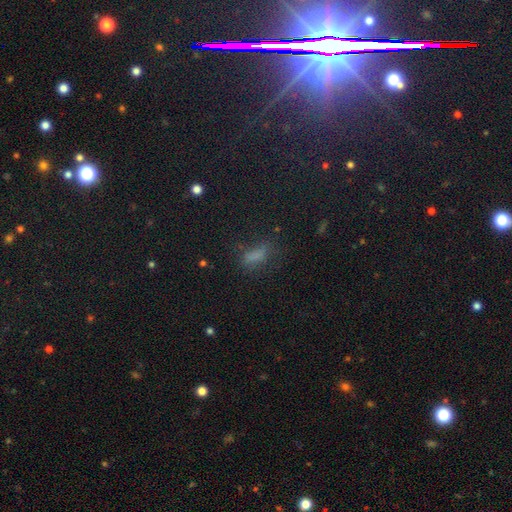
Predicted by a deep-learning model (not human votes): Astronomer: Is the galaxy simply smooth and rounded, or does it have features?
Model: smooth — 66%.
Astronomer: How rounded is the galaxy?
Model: in between — 61%.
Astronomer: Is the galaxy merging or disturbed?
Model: none — 53%.